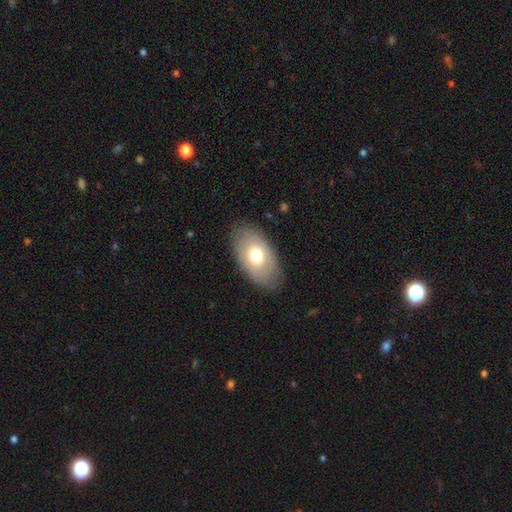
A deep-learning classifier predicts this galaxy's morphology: Smooth or featured?
  - smooth: 66% *
  - featured or disk: 27%
  - star or artifact: 7%
How rounded?
  - in between: 92% *
  - round: 6%
  - cigar-shaped: 2%
Merging?
  - none: 83% *
  - minor disturbance: 12%
  - major disturbance: 4%
  - merger: 1%